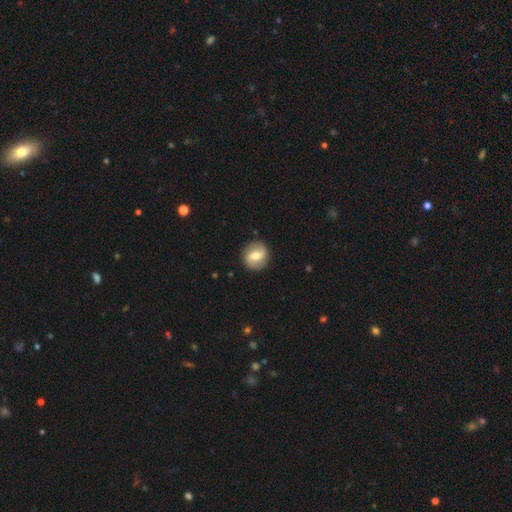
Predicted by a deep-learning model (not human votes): smooth 58%, featured or disk 35%, star or artifact 7%. Down the decision tree: how rounded — round (86%); merging — none (88%).